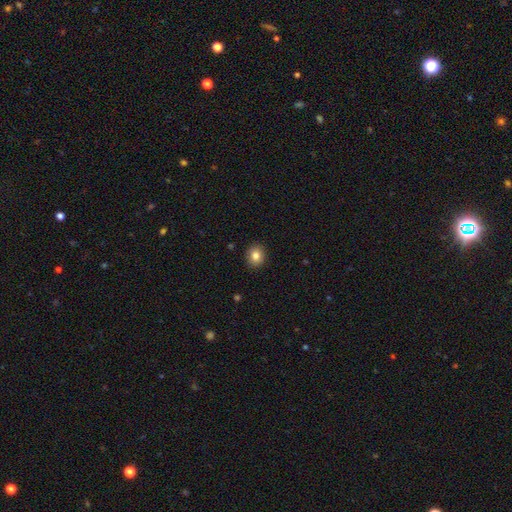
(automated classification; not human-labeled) This is clearly a smooth galaxy (83%). How rounded: likely round (68%). Merging: clearly none (91%).